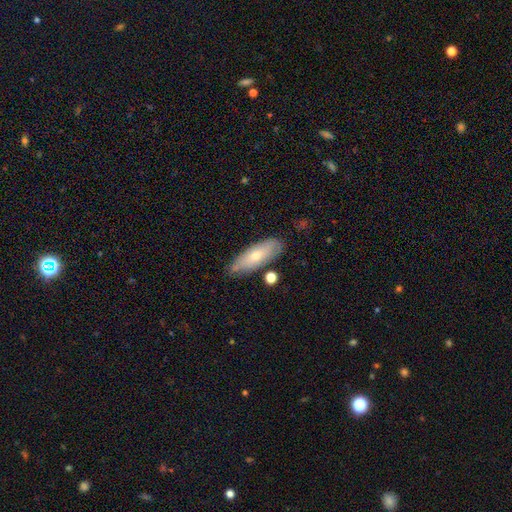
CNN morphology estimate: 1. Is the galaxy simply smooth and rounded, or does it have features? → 55% smooth, 38% featured or disk, 7% star or artifact.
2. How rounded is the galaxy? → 60% in between, 37% cigar-shaped, 3% round.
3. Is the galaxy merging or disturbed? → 76% none, 16% minor disturbance, 4% merger, 3% major disturbance.